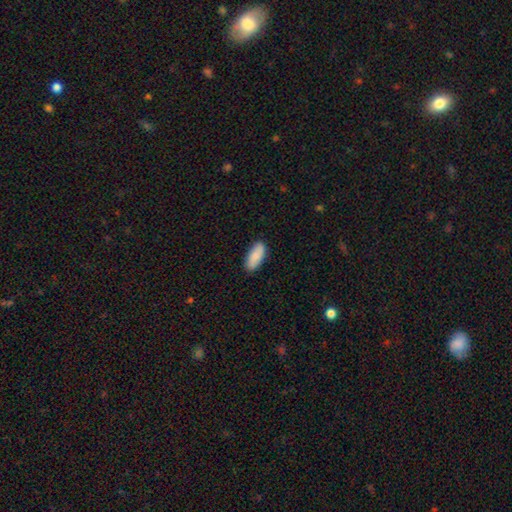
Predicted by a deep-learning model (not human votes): Overall: smooth (89%). How rounded: in between (82%). Merging: none (87%).